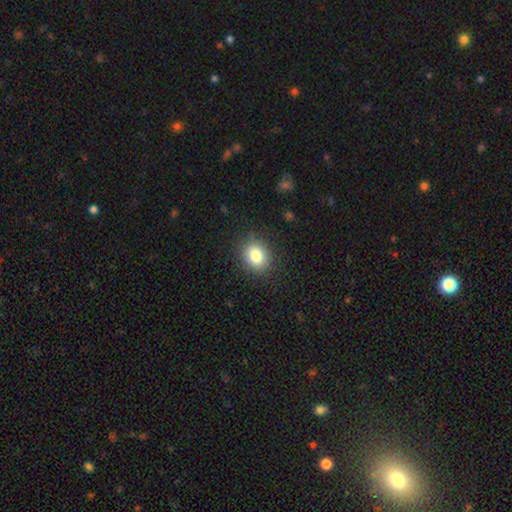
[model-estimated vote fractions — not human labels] Smooth or featured? Predicted: smooth (p=0.83). How rounded? Predicted: round (p=0.58). Merging? Predicted: none (p=0.87).